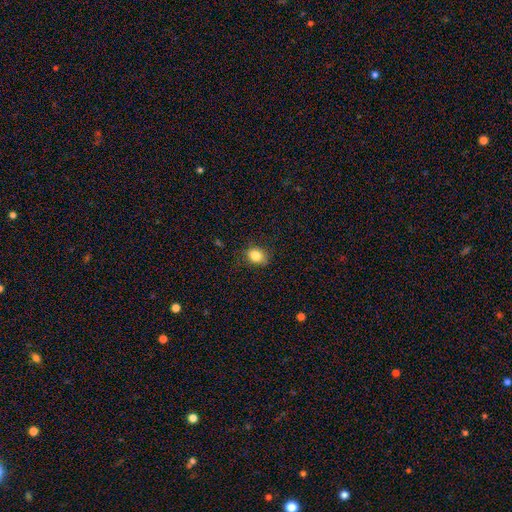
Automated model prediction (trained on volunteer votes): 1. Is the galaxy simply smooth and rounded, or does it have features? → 83% smooth, 10% star or artifact, 7% featured or disk.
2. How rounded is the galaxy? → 51% in between, 47% round, 1% cigar-shaped.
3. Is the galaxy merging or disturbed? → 77% none, 17% minor disturbance, 4% major disturbance, 1% merger.